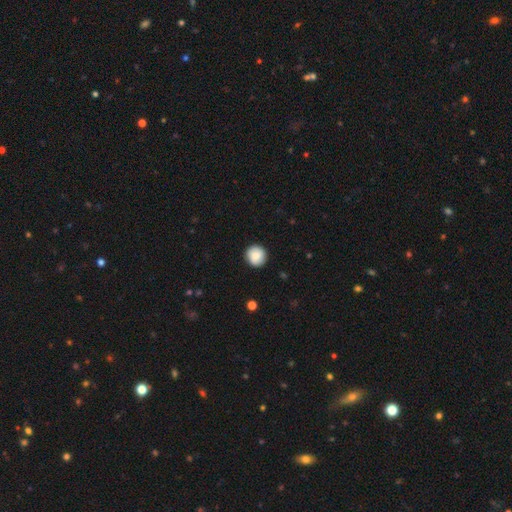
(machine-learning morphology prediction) smooth-or-featured: smooth: 82% | featured or disk: 11% | star or artifact: 7%
  how-rounded: round: 94% | in between: 6% | cigar-shaped: 1%
  merging: none: 90% | minor disturbance: 8% | major disturbance: 2% | merger: 1%